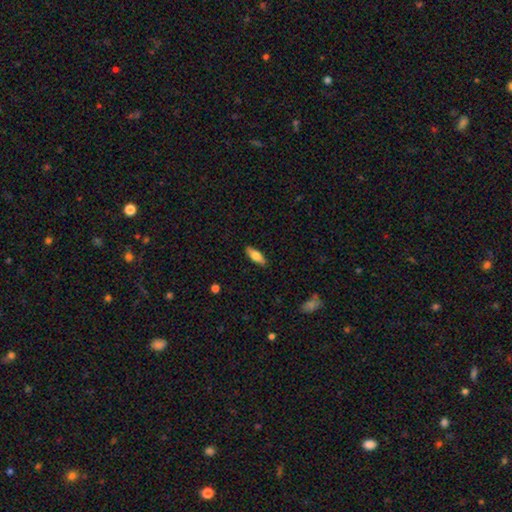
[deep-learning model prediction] Smooth or featured?
  - smooth: 70% *
  - featured or disk: 24%
  - star or artifact: 6%
How rounded?
  - in between: 65% *
  - cigar-shaped: 33%
  - round: 2%
Merging?
  - none: 87% *
  - minor disturbance: 10%
  - major disturbance: 2%
  - merger: 1%